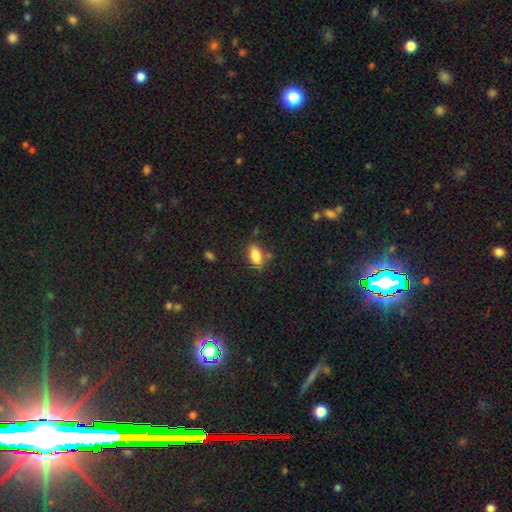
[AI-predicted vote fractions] Smooth or featured? Predicted: smooth (p=0.84). How rounded? Predicted: in between (p=0.88). Merging? Predicted: none (p=0.73).